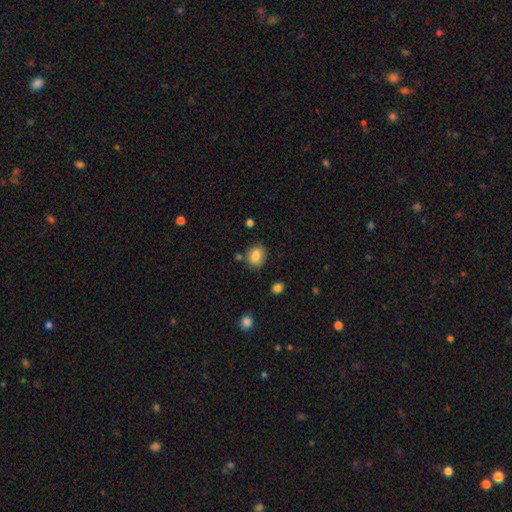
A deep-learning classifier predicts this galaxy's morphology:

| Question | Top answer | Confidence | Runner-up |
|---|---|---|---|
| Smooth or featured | smooth | 84% | star or artifact (9%) |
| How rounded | in between | 56% | round (43%) |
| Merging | none | 74% | minor disturbance (16%) |